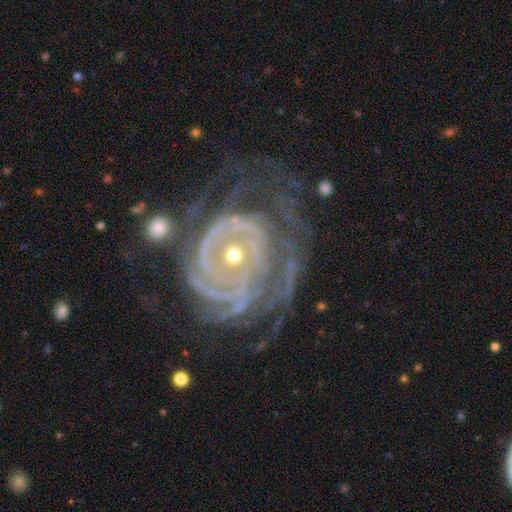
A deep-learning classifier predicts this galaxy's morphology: Overall: featured or disk (90%). Edge-on disk: no (97%). Bar: no (75%). Spiral arms: yes (96%). Spiral arm count: can't tell (26%; 3 18%). Spiral winding: tight (77%). Bulge size: small (64%; moderate 33%). Merging: none (54%; minor disturbance 22%).